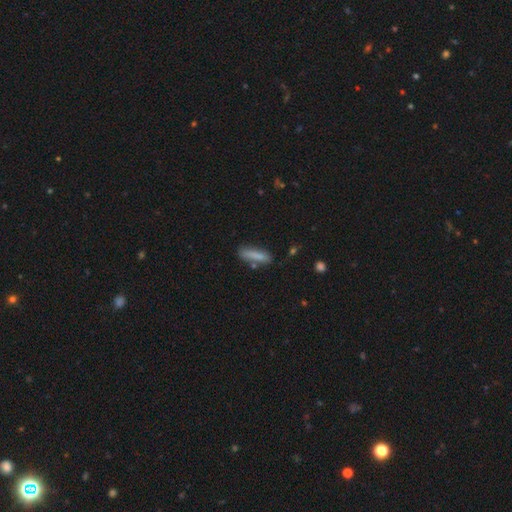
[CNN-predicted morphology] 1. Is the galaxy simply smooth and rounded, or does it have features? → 82% smooth, 11% featured or disk, 7% star or artifact.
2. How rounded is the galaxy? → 74% cigar-shaped, 24% in between, 2% round.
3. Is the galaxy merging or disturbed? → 75% none, 16% minor disturbance, 6% merger, 4% major disturbance.